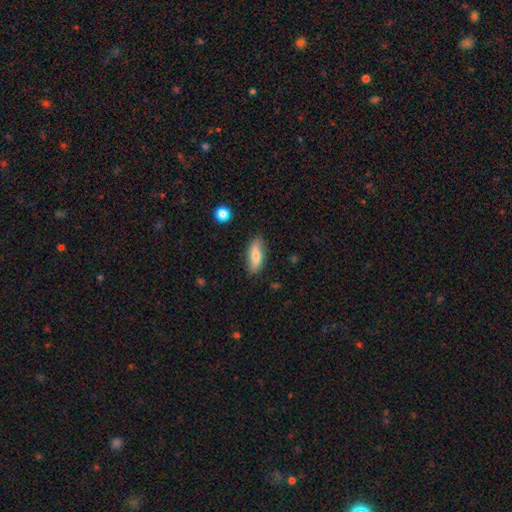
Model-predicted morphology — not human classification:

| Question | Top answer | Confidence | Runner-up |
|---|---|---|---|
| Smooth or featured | smooth | 67% | featured or disk (27%) |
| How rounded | in between | 67% | cigar-shaped (29%) |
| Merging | none | 81% | minor disturbance (15%) |